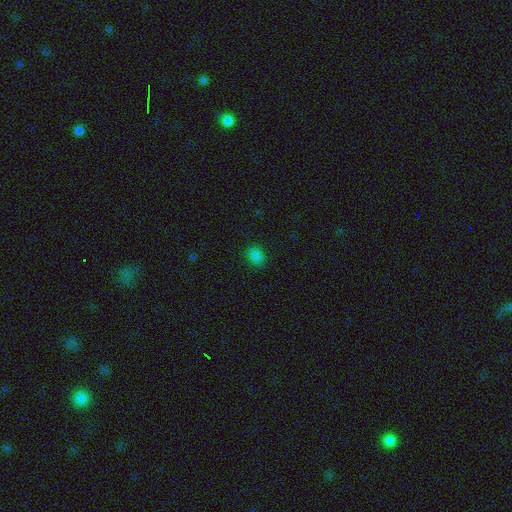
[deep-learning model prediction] smooth-or-featured: smooth: 82% | star or artifact: 15% | featured or disk: 3%
  how-rounded: in between: 56% | round: 43% | cigar-shaped: 1%
  merging: none: 86% | minor disturbance: 10% | major disturbance: 3% | merger: 1%